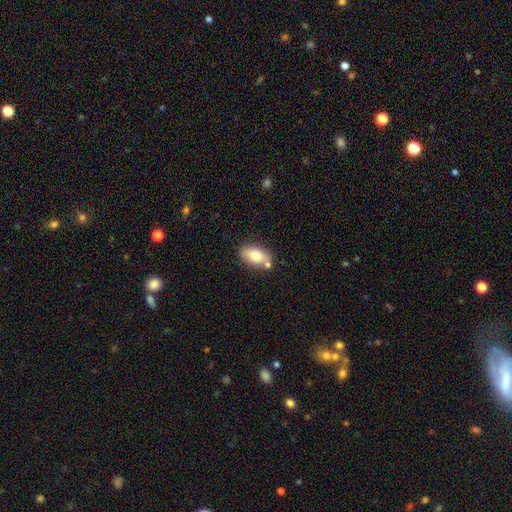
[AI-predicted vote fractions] Smooth or featured?
  - smooth: 77% *
  - featured or disk: 16%
  - star or artifact: 7%
How rounded?
  - in between: 90% *
  - round: 6%
  - cigar-shaped: 3%
Merging?
  - none: 70% *
  - minor disturbance: 14%
  - merger: 13%
  - major disturbance: 3%